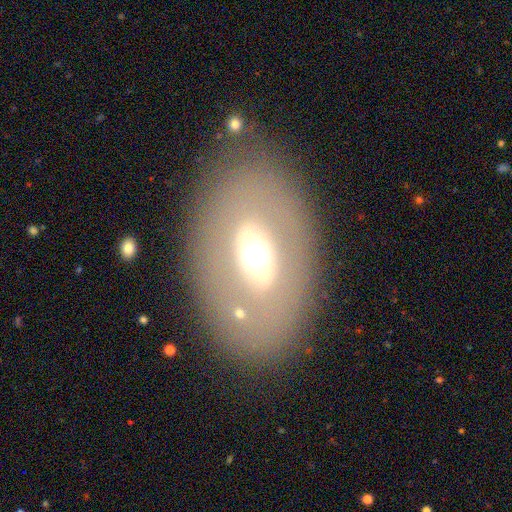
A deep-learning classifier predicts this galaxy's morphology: This is possibly a featured or disk galaxy (47%). Merging: likely none (80%).